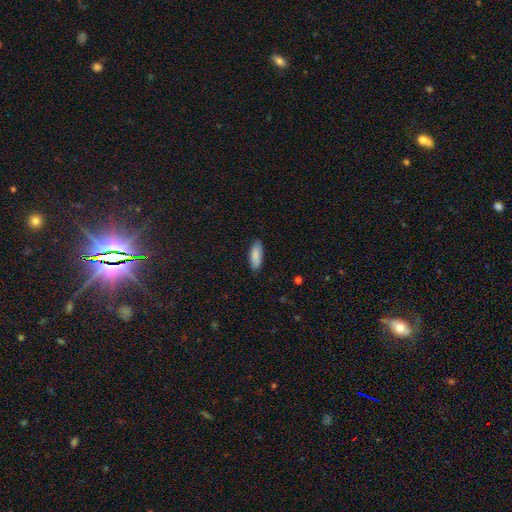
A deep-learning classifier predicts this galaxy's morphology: The model was most divided on "how rounded": in between: 74%, cigar-shaped: 24%, round: 2%. More confident: smooth or featured — smooth (88%); merging — none (86%).